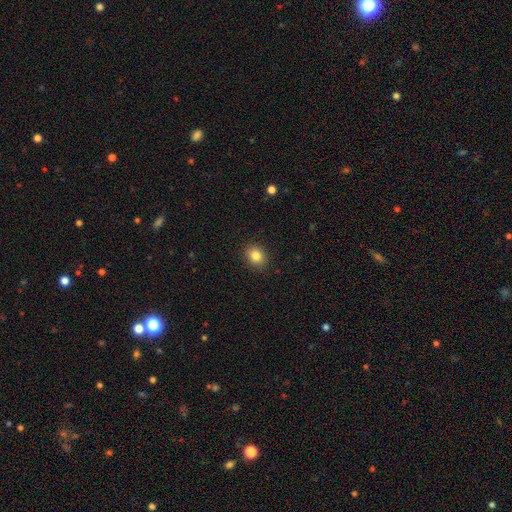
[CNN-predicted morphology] A smooth galaxy with no disk features (83%) that is round (64%).

Vote fractions:
- Smooth or featured? smooth: 83% / star or artifact: 11% / featured or disk: 6%
- How rounded? round: 64% / in between: 36% / cigar-shaped: 1%
- Merging? none: 90% / minor disturbance: 7% / major disturbance: 2% / merger: 1%